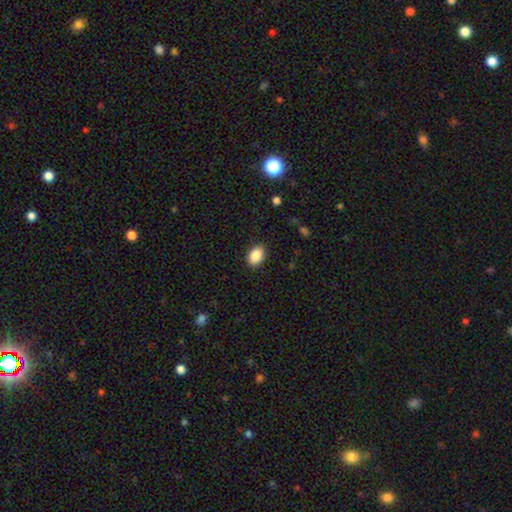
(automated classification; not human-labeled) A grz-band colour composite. It shows a smooth galaxy with no disk features (88%) that is in between round and cigar-shaped (80%). Merging: none (89%).